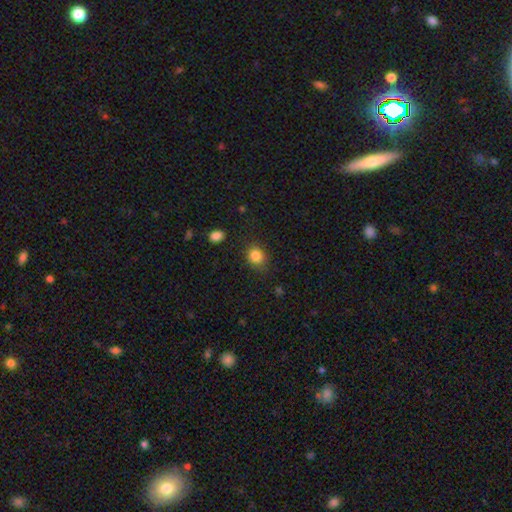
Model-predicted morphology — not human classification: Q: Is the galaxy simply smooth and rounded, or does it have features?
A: smooth — 85%.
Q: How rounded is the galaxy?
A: round — 69%.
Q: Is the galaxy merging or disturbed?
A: none — 78%.